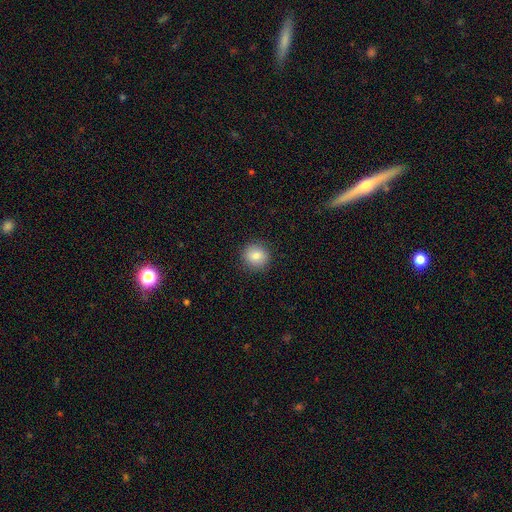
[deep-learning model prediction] Q: Smooth or featured?
A: smooth (85%); runner-up: star or artifact (9%)
Q: How rounded?
A: round (91%); runner-up: in between (8%)
Q: Merging?
A: none (91%); runner-up: minor disturbance (6%)